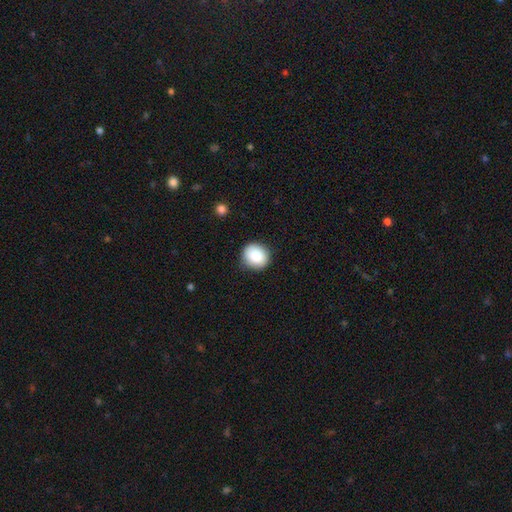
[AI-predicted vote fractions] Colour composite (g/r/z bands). It shows a smooth galaxy with no disk features (88%) that is round (79%). Merging: none (86%).